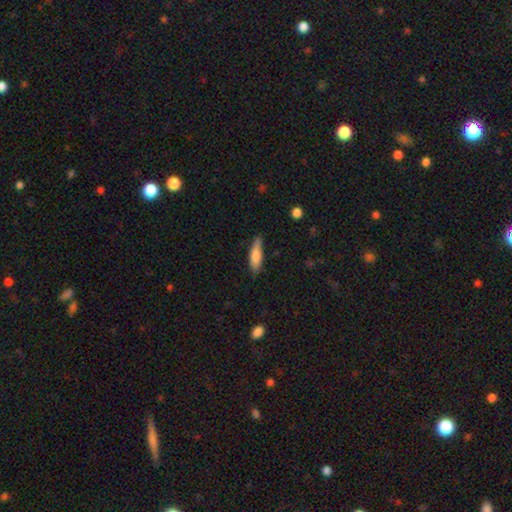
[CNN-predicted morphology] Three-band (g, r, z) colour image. It shows a smooth galaxy with no disk features (77%) that is cigar-shaped (57%). Merging: none (68%).